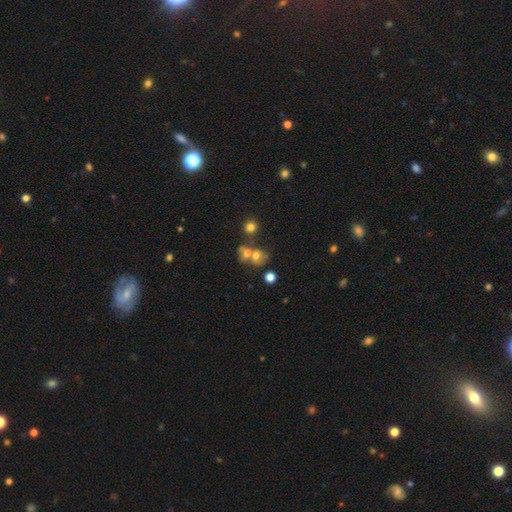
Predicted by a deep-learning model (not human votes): Smooth or featured: smooth — 58% (star or artifact — 22%)
How rounded: round — 63% (in between — 35%)
Merging: merger — 47% (none — 37%)